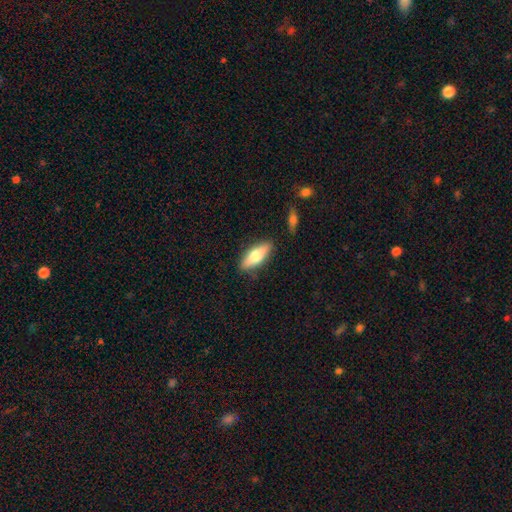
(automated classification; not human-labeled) A smooth galaxy with no disk features (63%) that is in between round and cigar-shaped (66%). Merging: none (85%).